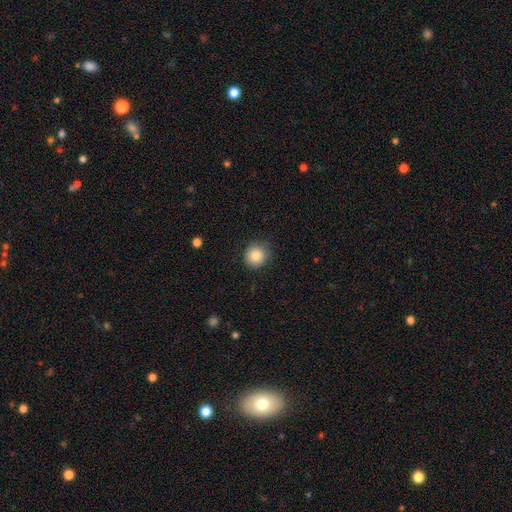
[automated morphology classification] A smooth galaxy with no disk features (85%) that is round (86%). Merging: none (82%).